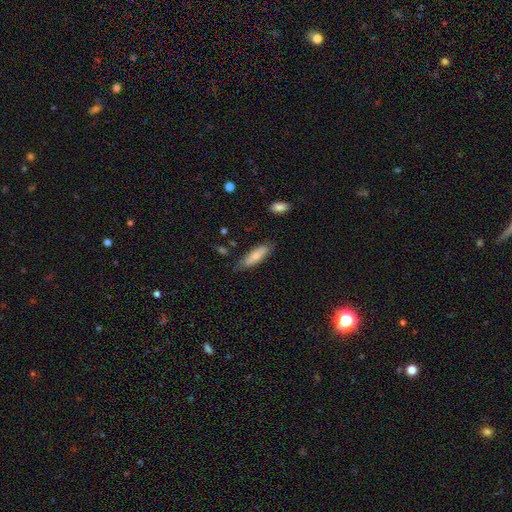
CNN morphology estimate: The model was most divided on "how rounded": cigar-shaped: 51%, in between: 47%, round: 2%. More confident: merging — none (74%); smooth or featured — smooth (67%).